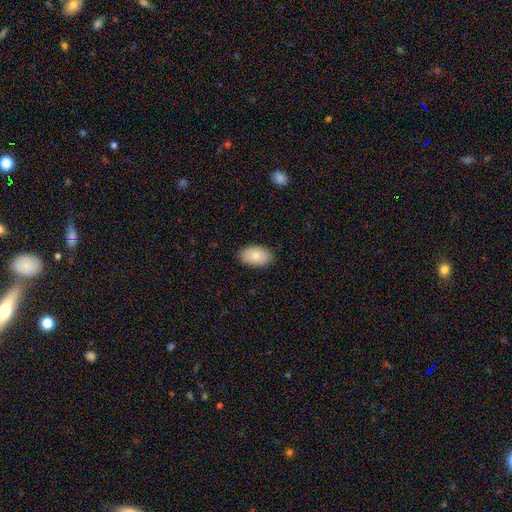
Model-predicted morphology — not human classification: A smooth galaxy with no disk features (83%) that is in between round and cigar-shaped (93%).

Vote fractions:
- Smooth or featured? smooth: 83% / featured or disk: 10% / star or artifact: 7%
- How rounded? in between: 93% / round: 6% / cigar-shaped: 1%
- Merging? none: 86% / minor disturbance: 11% / major disturbance: 2% / merger: 1%